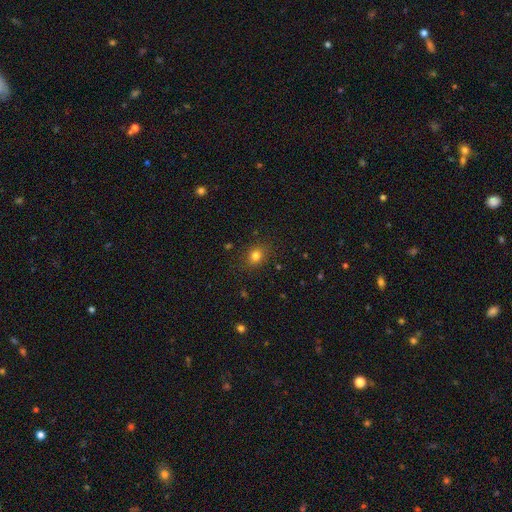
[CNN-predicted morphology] A smooth galaxy with no disk features (79%) that is round (59%). Merging: none (85%).